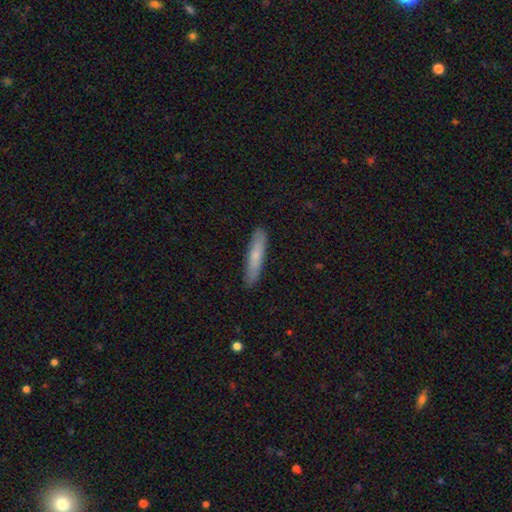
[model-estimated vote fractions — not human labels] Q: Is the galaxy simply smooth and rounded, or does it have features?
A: smooth — 71%.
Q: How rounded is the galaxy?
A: cigar-shaped — 88%.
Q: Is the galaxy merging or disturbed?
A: none — 88%.